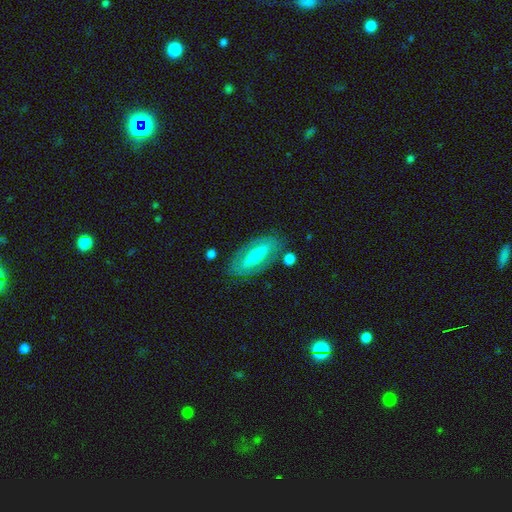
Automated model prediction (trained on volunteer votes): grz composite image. It shows a featured or disk galaxy (58%). Merging: none (77%).